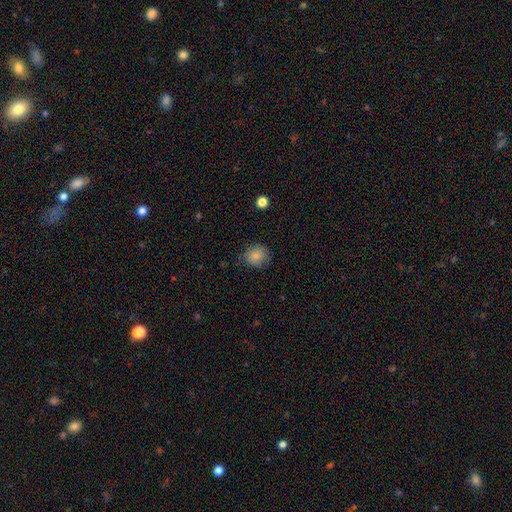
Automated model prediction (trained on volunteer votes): smooth 84%, star or artifact 9%, featured or disk 6%. Down the decision tree: how rounded — round (78%); merging — none (76%).